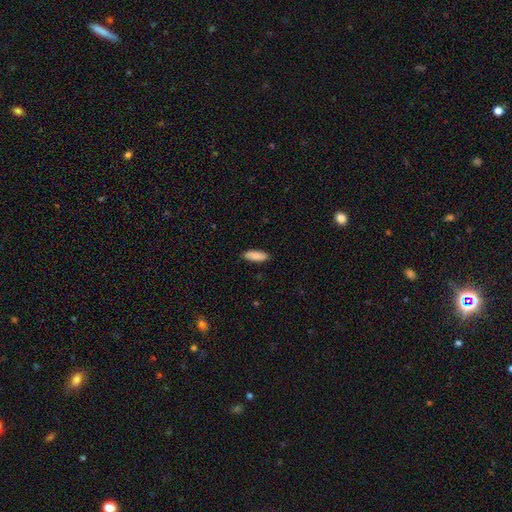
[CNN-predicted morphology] This appears to be a smooth galaxy with no disk features (88%) that is in between round and cigar-shaped (64%). Merging: none (87%).